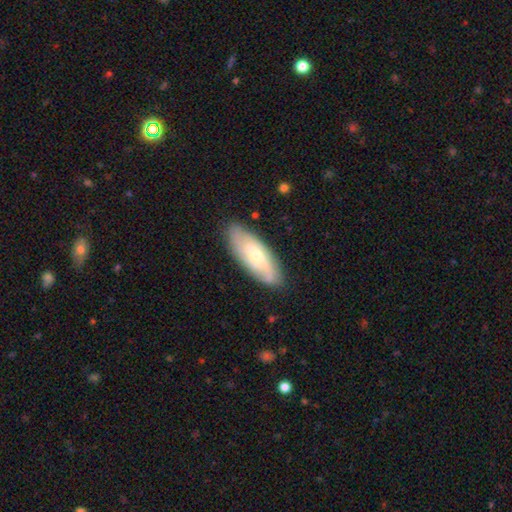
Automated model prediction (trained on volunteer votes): The model was most divided on "smooth or featured": featured or disk: 56%, smooth: 38%, star or artifact: 6%. More confident: edge-on disk — no (83%); merging — none (83%).